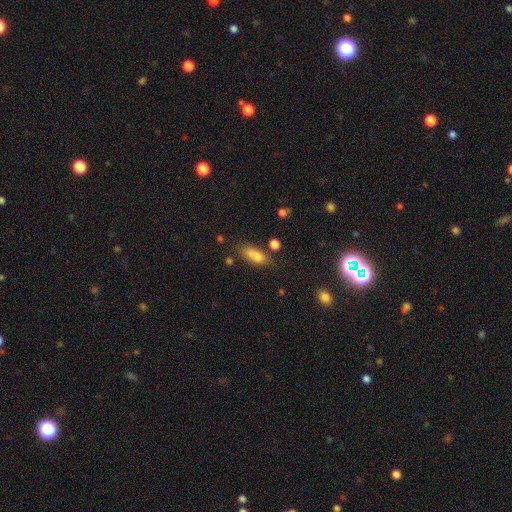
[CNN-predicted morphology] Overall: smooth (77%). How rounded: in between (74%). Merging: none (57%; minor disturbance 21%).